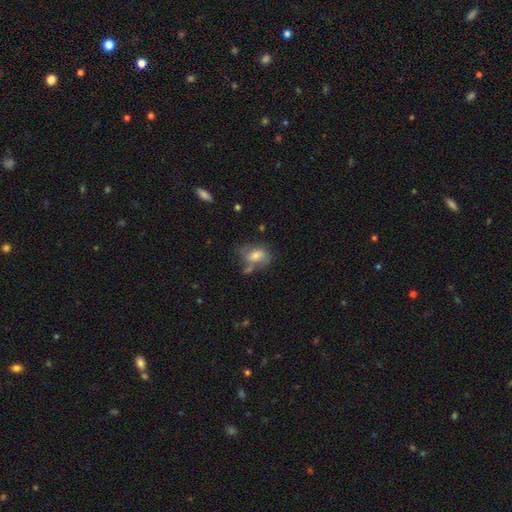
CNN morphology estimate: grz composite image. It shows a smooth galaxy with no disk features (55%) that is in between round and cigar-shaped (74%). Merging: none (47%).